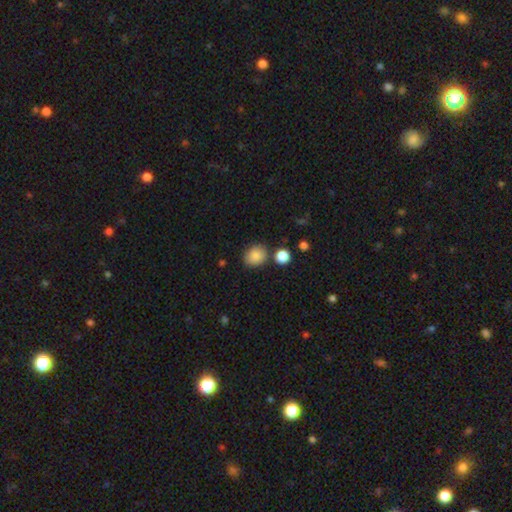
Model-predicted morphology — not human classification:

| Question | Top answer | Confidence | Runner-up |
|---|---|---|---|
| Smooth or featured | smooth | 86% | star or artifact (9%) |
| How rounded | round | 64% | in between (35%) |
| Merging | none | 77% | minor disturbance (12%) |